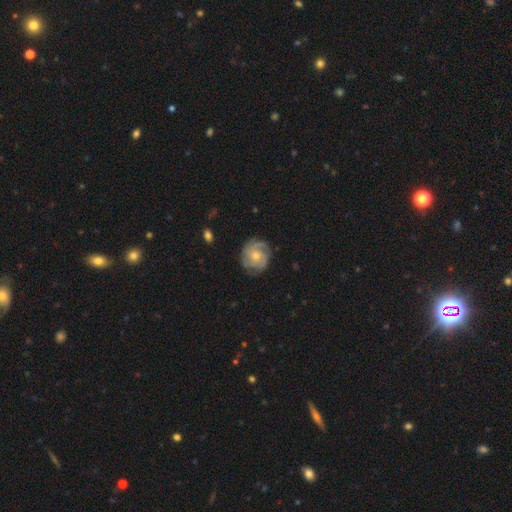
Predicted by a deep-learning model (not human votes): The model was most divided on "bulge size": moderate: 51%, small: 43%, large: 2%, none: 2%, dominant: 1%. Remaining: edge-on disk — no (98%); spiral arms — yes (96%); smooth or featured — featured or disk (79%); merging — none (79%); bar — no (75%); spiral winding — tight (55%); spiral arm count — 3 (41%).